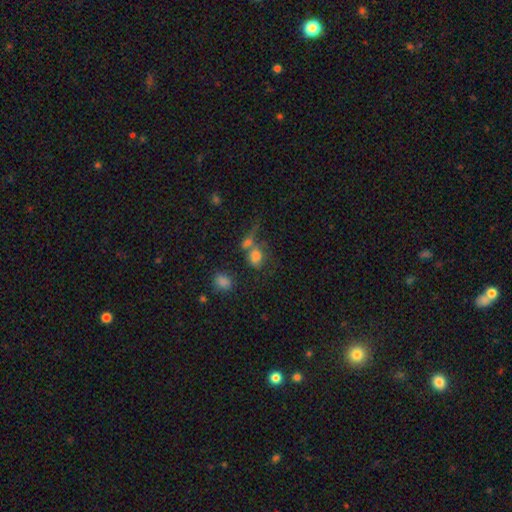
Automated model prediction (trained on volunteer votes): smooth_or_featured: smooth (p=0.71) [alt: featured or disk p=0.15]
how_rounded: round (p=0.50) [alt: in between p=0.48]
merging: merger (p=0.42) [alt: none p=0.32]